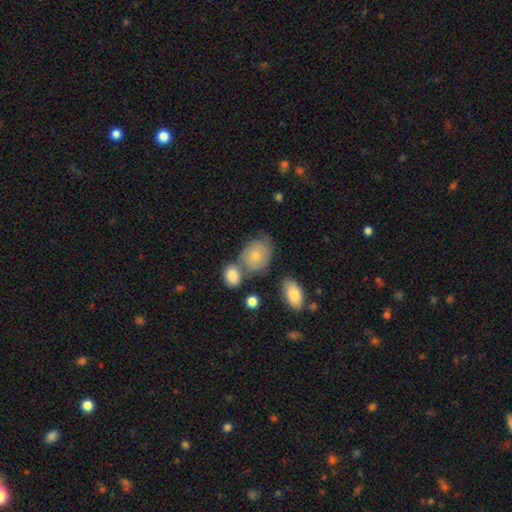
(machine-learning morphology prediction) This appears to be a smooth galaxy with no disk features (62%) that is in between round and cigar-shaped (54%). Merging: none (45%).